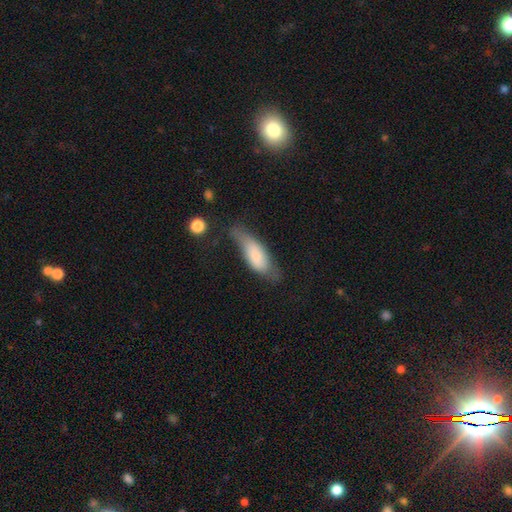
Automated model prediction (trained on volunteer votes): Overall: smooth (70%). How rounded: in between (69%). Merging: none (39%; minor disturbance 36%).